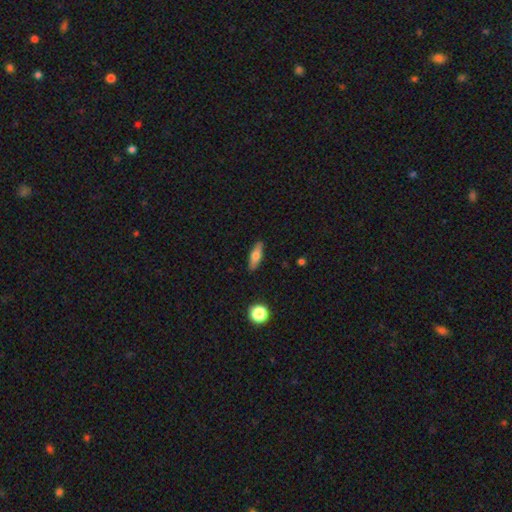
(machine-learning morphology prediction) Smooth or featured?
  - smooth: 68% *
  - featured or disk: 25%
  - star or artifact: 7%
How rounded?
  - in between: 52% *
  - cigar-shaped: 44%
  - round: 4%
Merging?
  - none: 88% *
  - minor disturbance: 9%
  - major disturbance: 2%
  - merger: 1%